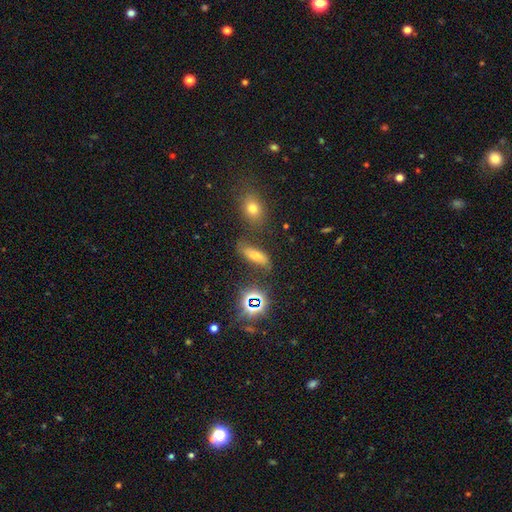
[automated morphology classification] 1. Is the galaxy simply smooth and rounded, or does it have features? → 58% smooth, 23% star or artifact, 19% featured or disk.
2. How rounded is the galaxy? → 64% in between, 30% cigar-shaped, 7% round.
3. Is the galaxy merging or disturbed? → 66% none, 18% minor disturbance, 8% merger, 8% major disturbance.